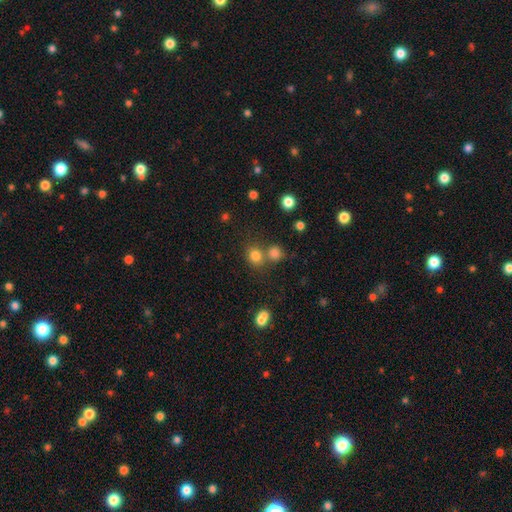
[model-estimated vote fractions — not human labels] Q: Smooth or featured?
A: smooth (79%); runner-up: star or artifact (15%)
Q: How rounded?
A: round (74%); runner-up: in between (25%)
Q: Merging?
A: none (60%); runner-up: merger (27%)